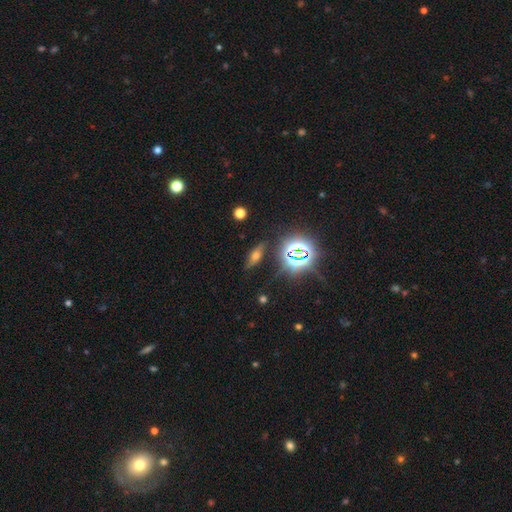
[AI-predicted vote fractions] smooth 44%, star or artifact 29%, featured or disk 27%. Down the decision tree: merging — none (80%).